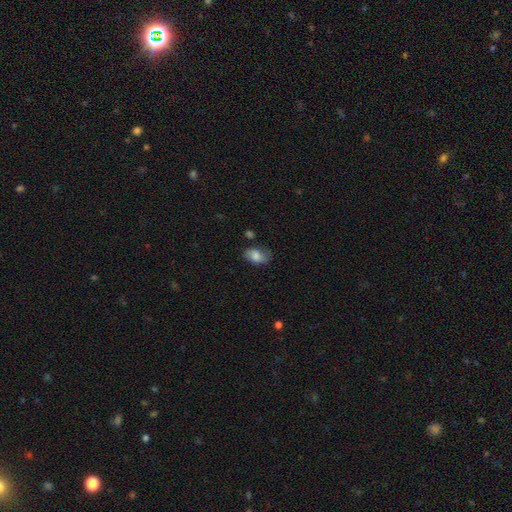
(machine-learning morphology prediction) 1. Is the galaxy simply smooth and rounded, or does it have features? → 75% smooth, 17% featured or disk, 9% star or artifact.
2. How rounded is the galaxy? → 86% in between, 12% round, 2% cigar-shaped.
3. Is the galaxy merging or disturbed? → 57% none, 28% minor disturbance, 11% major disturbance, 4% merger.